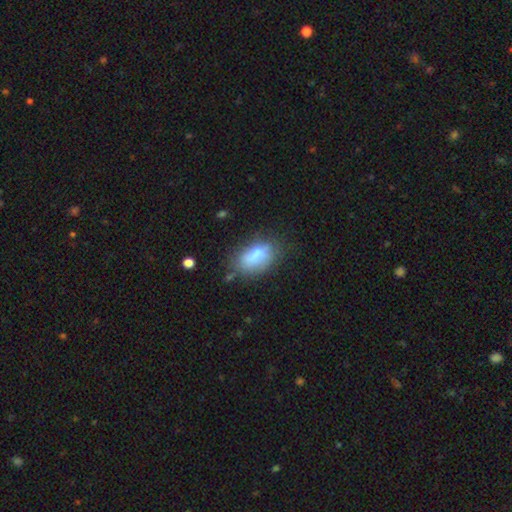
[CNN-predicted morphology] Smooth or featured: smooth — 68% (featured or disk — 22%)
How rounded: in between — 87% (round — 9%)
Merging: none — 49% (minor disturbance — 26%)